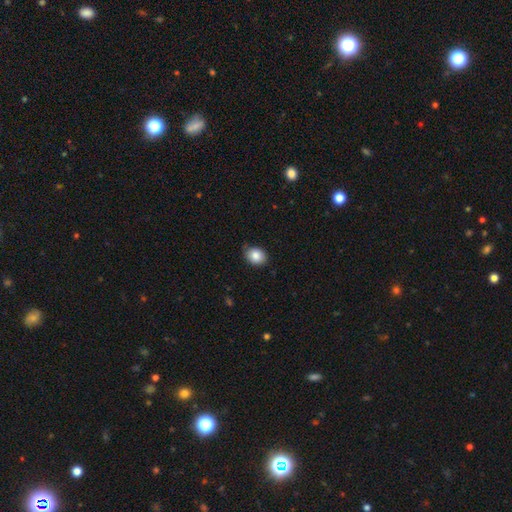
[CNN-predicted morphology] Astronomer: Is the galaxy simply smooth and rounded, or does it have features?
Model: smooth — 85%.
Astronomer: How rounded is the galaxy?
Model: in between — 52% (runner-up: round, 48%).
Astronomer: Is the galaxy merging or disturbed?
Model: none — 79%.